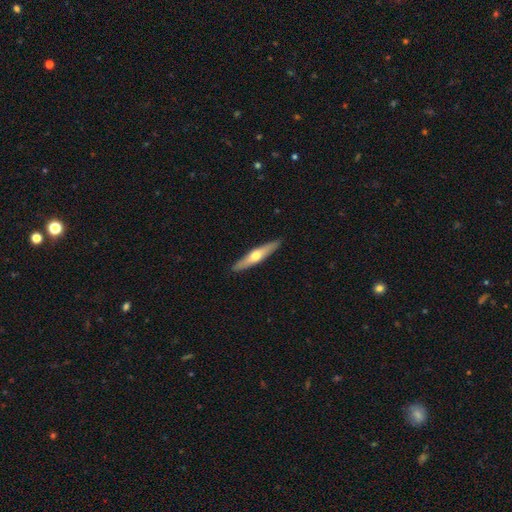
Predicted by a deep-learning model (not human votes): smooth_or_featured: featured or disk (p=0.54) [alt: smooth p=0.41]
disk_edge_on: yes (p=0.92) [alt: no p=0.08]
edge_on_bulge: rounded (p=0.91) [alt: none p=0.06]
merging: none (p=0.91) [alt: minor disturbance p=0.07]